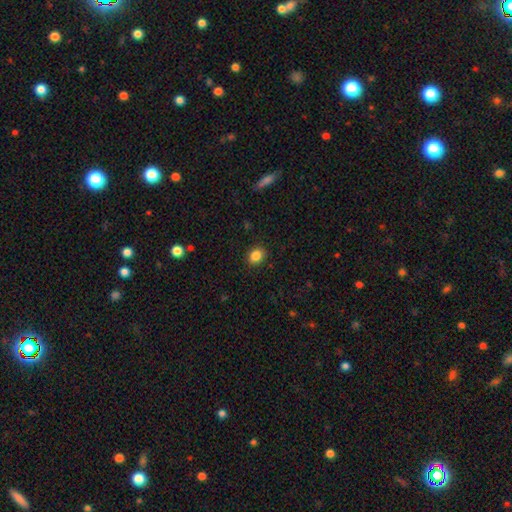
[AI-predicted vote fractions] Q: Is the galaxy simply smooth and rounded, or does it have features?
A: smooth — 86%.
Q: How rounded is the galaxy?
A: round — 51%.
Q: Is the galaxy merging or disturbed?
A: none — 89%.